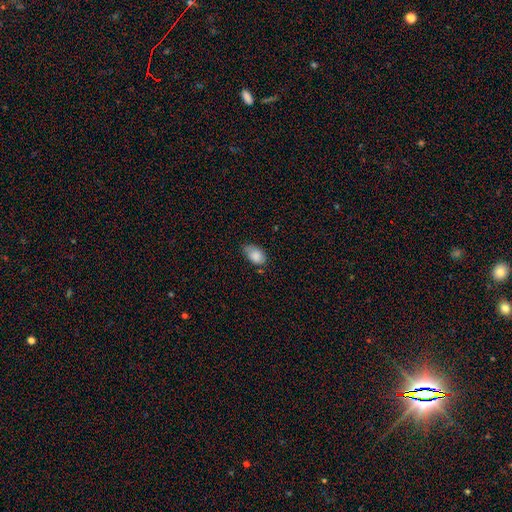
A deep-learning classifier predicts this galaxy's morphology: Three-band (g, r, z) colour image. It shows a smooth galaxy with no disk features (84%) that is in between round and cigar-shaped (89%). Merging: none (54%).